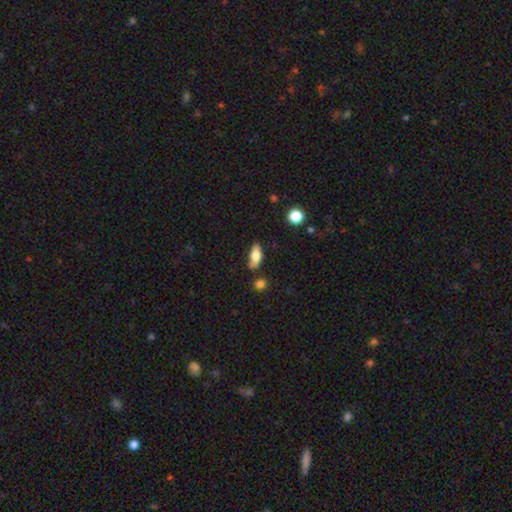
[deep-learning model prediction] smooth 67%, featured or disk 26%, star or artifact 7%. Down the decision tree: how rounded — in between (75%); merging — none (66%).